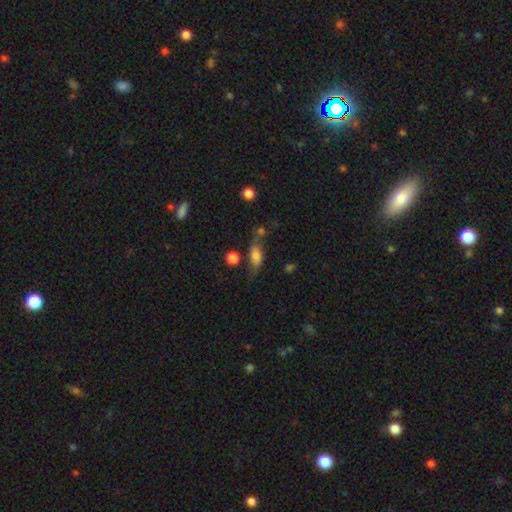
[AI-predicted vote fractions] Overall: smooth (70%). How rounded: in between (75%). Merging: none (52%; minor disturbance 23%).